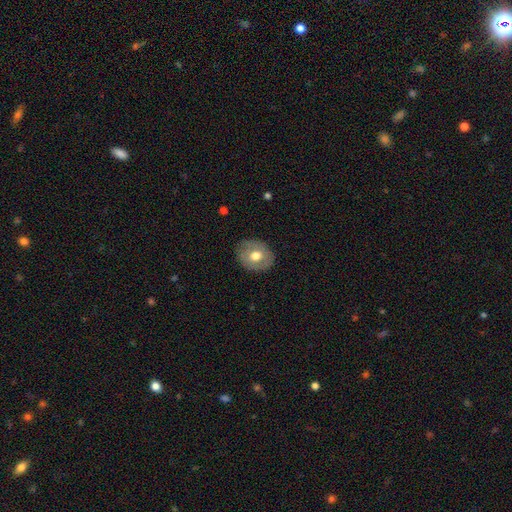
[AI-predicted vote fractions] This appears to be a smooth galaxy with no disk features (62%) that is round (58%). Merging: none (84%).